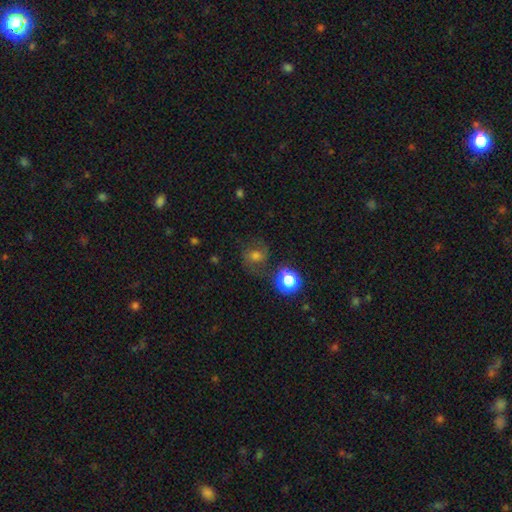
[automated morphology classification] A smooth galaxy with no disk features (42%). Merging: none (66%).